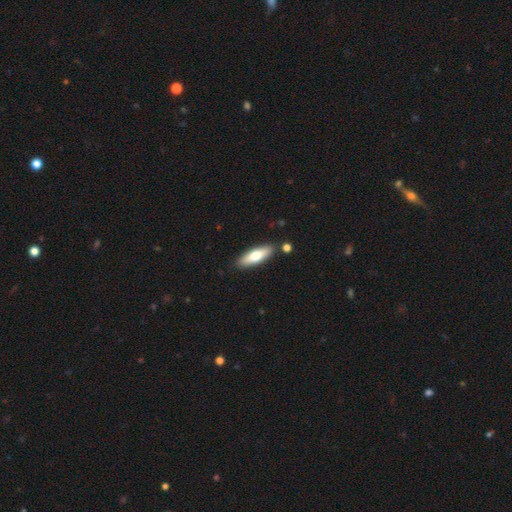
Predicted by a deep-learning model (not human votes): Smooth or featured? Predicted: smooth (p=0.66). How rounded? Predicted: cigar-shaped (p=0.52). Merging? Predicted: none (p=0.86).